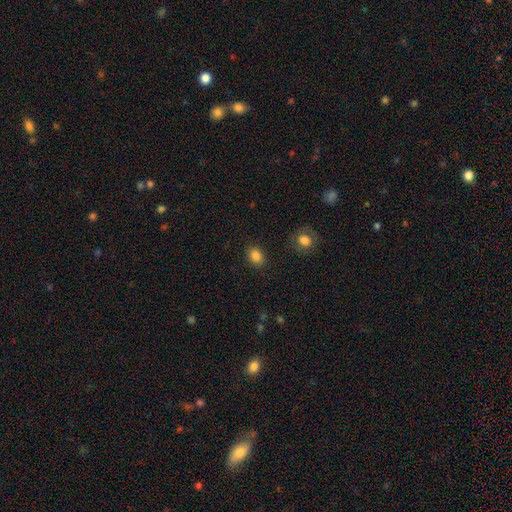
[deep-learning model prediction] Overall: smooth (85%). How rounded: in between (60%; round 39%). Merging: none (88%).